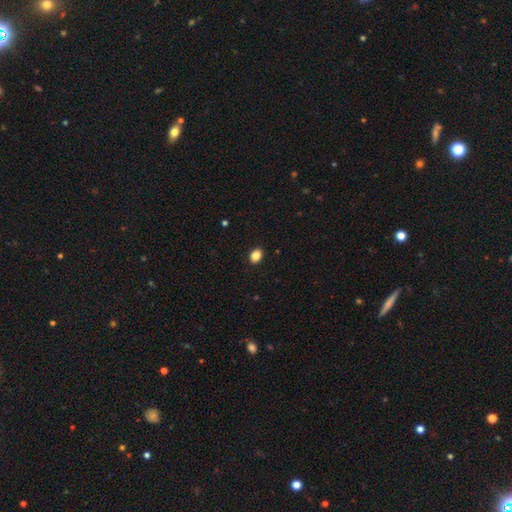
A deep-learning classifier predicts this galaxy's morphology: smooth_or_featured: smooth (p=0.86) [alt: star or artifact p=0.09]
how_rounded: in between (p=0.66) [alt: round p=0.33]
merging: none (p=0.91) [alt: minor disturbance p=0.07]